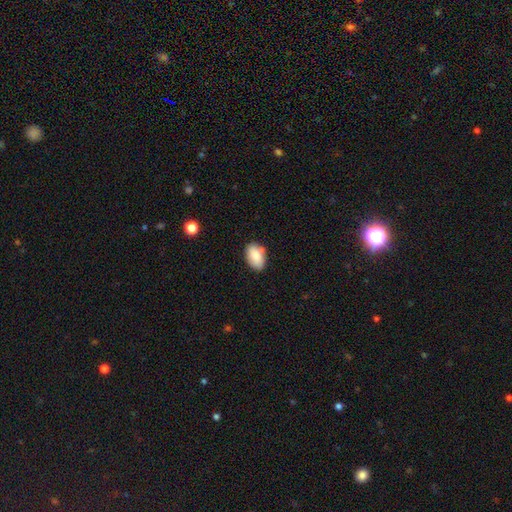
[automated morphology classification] Smooth or featured: smooth — 82% (featured or disk — 10%)
How rounded: in between — 90% (round — 8%)
Merging: none — 74% (minor disturbance — 17%)